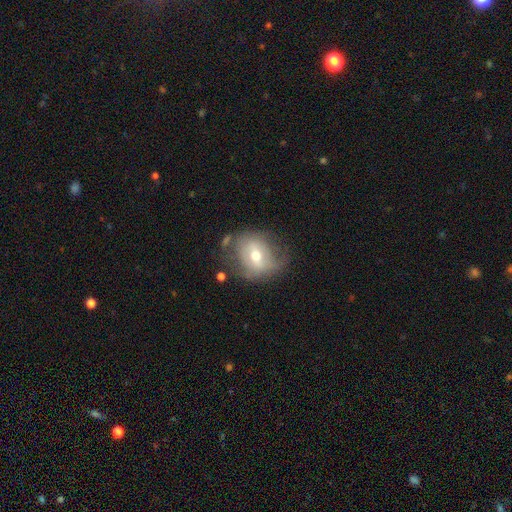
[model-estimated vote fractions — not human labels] Smooth or featured: featured or disk — 50% (smooth — 41%)
Merging: none — 54% (minor disturbance — 26%)